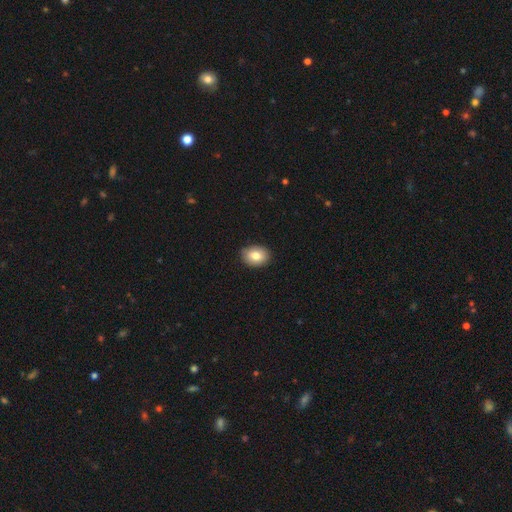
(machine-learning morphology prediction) Smooth or featured? Predicted: smooth (p=0.81). How rounded? Predicted: in between (p=0.67). Merging? Predicted: none (p=0.87).